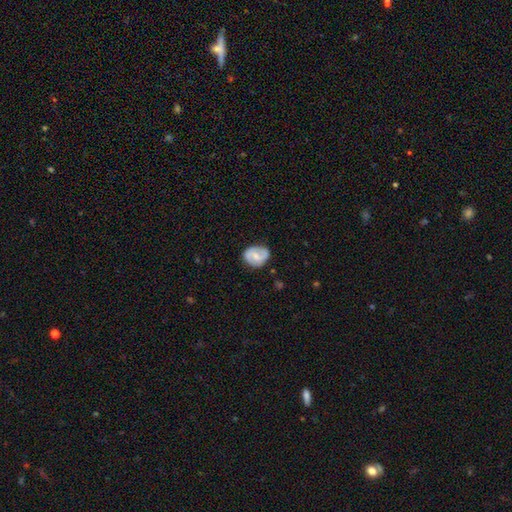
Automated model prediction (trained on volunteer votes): The model was most divided on "smooth or featured": featured or disk: 51%, smooth: 43%, star or artifact: 6%. More confident: edge-on disk — no (97%); merging — none (76%).